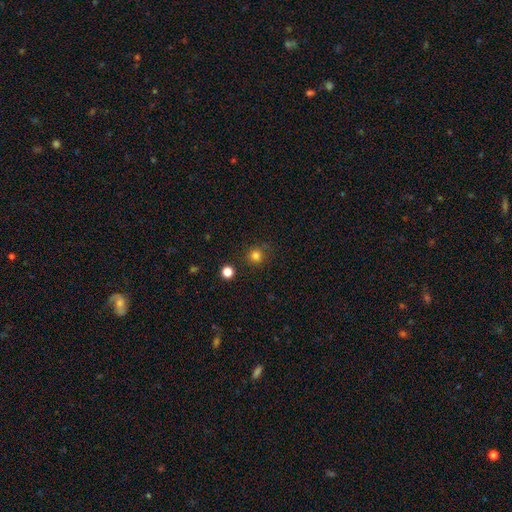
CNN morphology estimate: type=smooth (80%); roundness=round (89%); merging=none (82%).